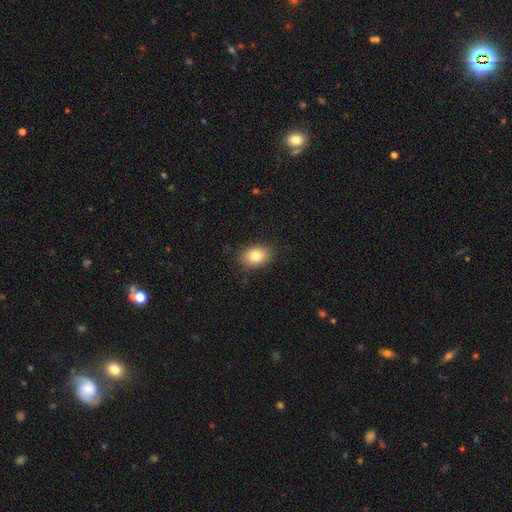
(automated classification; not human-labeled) smooth_or_featured: smooth (p=0.82) [alt: featured or disk p=0.10]
how_rounded: in between (p=0.78) [alt: round p=0.21]
merging: none (p=0.87) [alt: minor disturbance p=0.10]